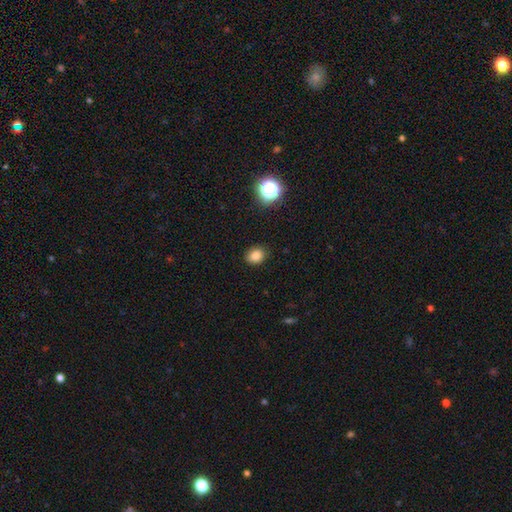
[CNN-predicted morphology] A smooth galaxy with no disk features (83%) that is round (53%). Merging: none (87%).